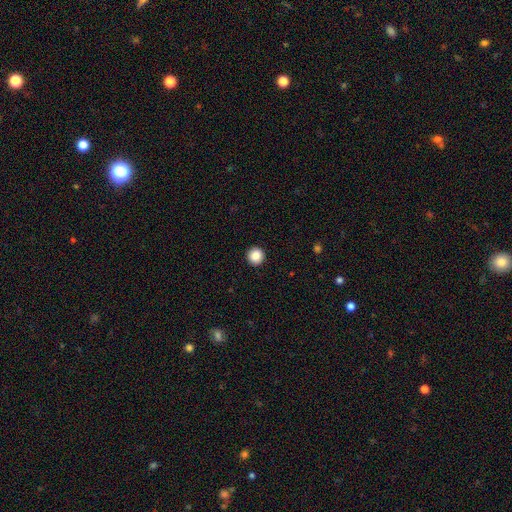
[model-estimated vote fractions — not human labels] smooth_or_featured: smooth (p=0.87) [alt: star or artifact p=0.09]
how_rounded: round (p=0.95) [alt: in between p=0.04]
merging: none (p=0.93) [alt: minor disturbance p=0.04]